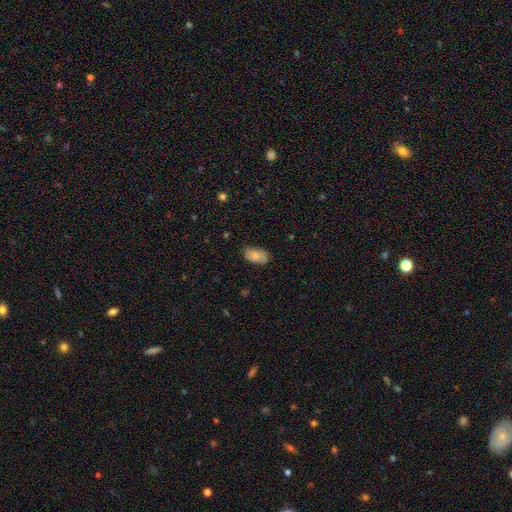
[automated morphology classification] smooth_or_featured: smooth (p=0.74) [alt: featured or disk p=0.18]
how_rounded: in between (p=0.92) [alt: round p=0.06]
merging: none (p=0.75) [alt: minor disturbance p=0.20]